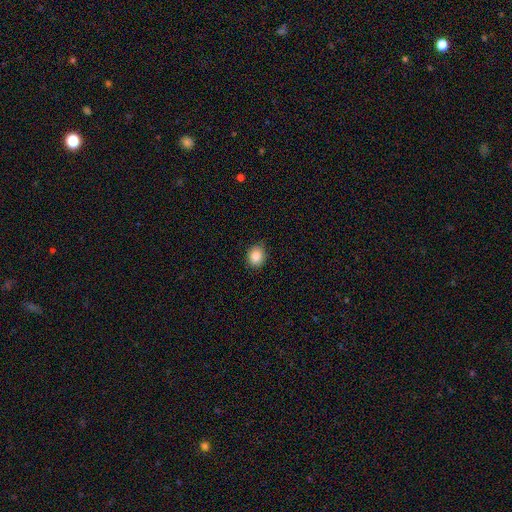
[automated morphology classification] Overall: smooth (85%). How rounded: round (67%; in between 32%). Merging: none (86%).